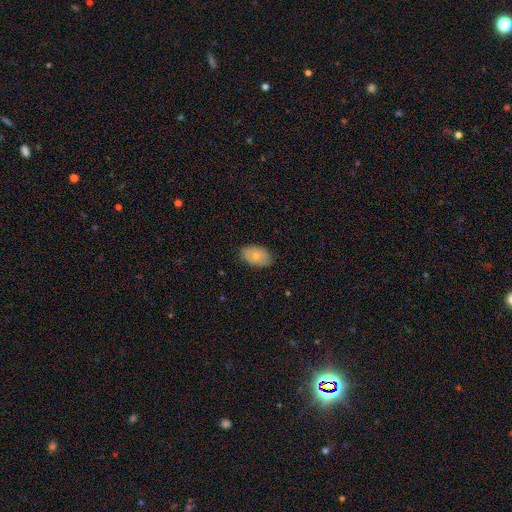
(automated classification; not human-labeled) Morphology: type=smooth (67%); roundness=in between (90%); merging=none (79%).